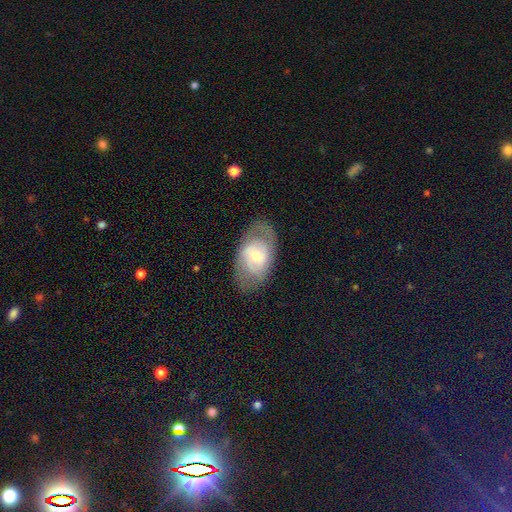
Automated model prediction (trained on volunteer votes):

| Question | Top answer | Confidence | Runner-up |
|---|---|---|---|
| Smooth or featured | featured or disk | 55% | smooth (38%) |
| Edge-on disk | no | 92% | yes (8%) |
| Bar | no | 48% | weak (40%) |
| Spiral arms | yes | 64% | no (36%) |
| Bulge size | moderate | 54% | small (38%) |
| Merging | none | 75% | minor disturbance (17%) |